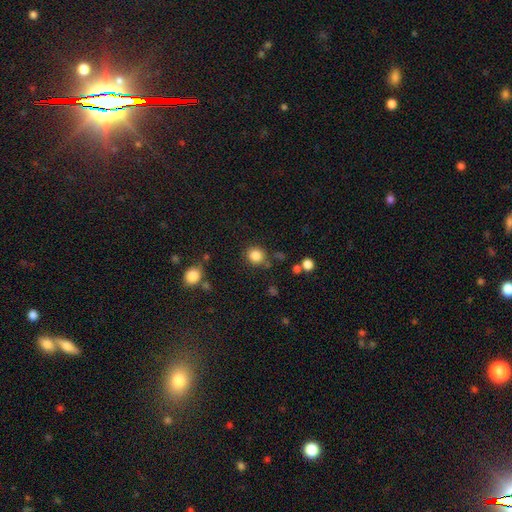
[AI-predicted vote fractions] This appears to be a smooth galaxy with no disk features (85%) that is round (87%). Merging: none (81%).